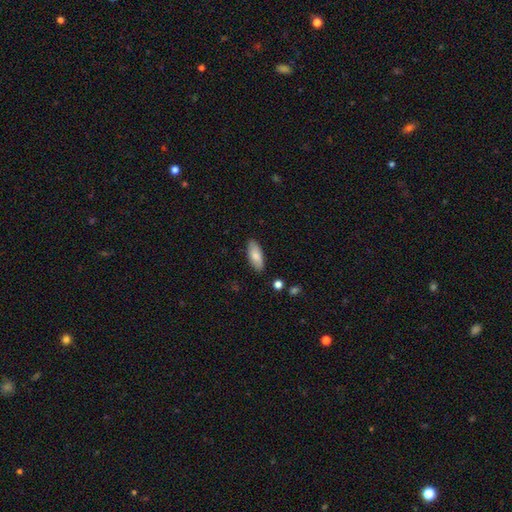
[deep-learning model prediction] This is clearly a smooth galaxy (81%). How rounded: clearly in between (83%). Merging: clearly none (86%).